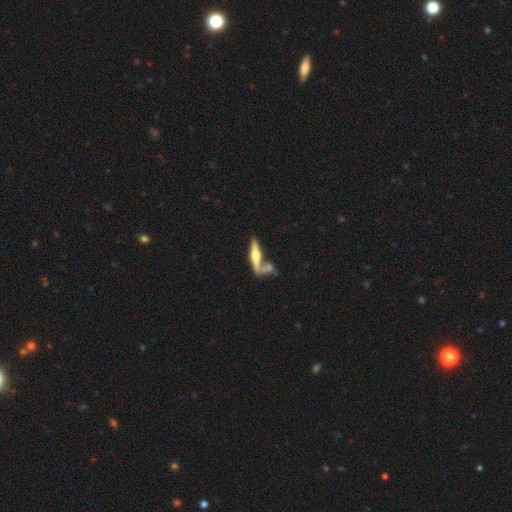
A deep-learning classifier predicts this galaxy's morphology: The model was most divided on "merging": none: 52%, merger: 30%, minor disturbance: 12%, major disturbance: 6%. More confident: edge-on disk — yes (93%); edge-on bulge — rounded (90%); smooth or featured — featured or disk (62%).